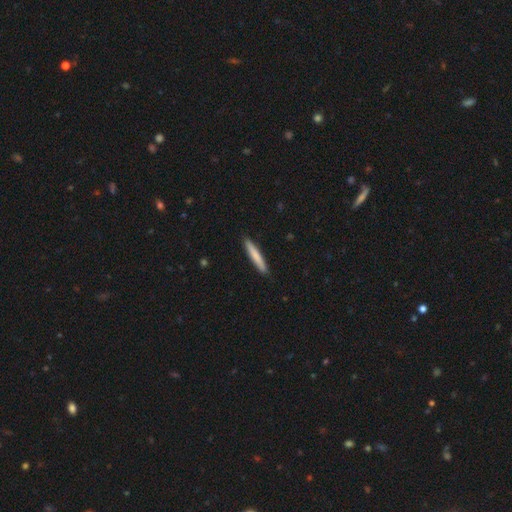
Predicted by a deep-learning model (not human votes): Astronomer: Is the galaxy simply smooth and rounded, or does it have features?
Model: smooth — 77%.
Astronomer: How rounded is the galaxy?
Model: cigar-shaped — 95%.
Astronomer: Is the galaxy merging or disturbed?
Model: none — 91%.